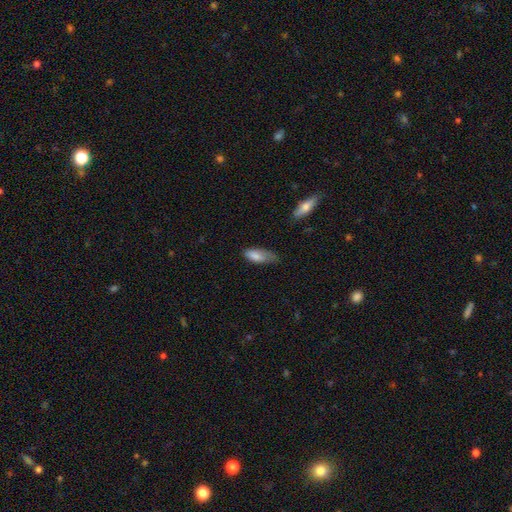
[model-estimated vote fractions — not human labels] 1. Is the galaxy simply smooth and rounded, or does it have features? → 81% smooth, 13% featured or disk, 7% star or artifact.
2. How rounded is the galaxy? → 80% in between, 18% cigar-shaped, 2% round.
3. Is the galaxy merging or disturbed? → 44% minor disturbance, 38% none, 16% major disturbance, 2% merger.